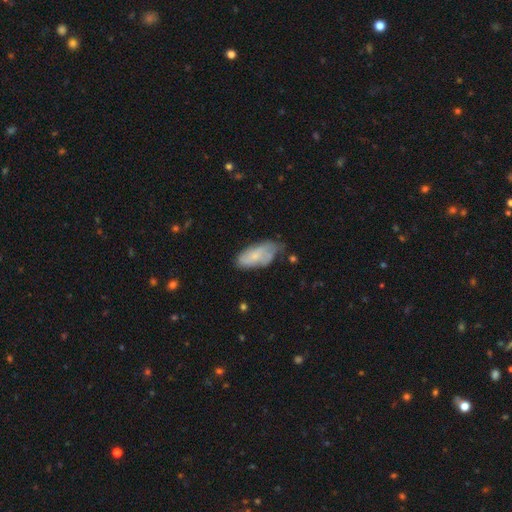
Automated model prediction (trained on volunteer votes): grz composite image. It shows a smooth galaxy with no disk features (58%) that is in between round and cigar-shaped (87%). Merging: none (49%).